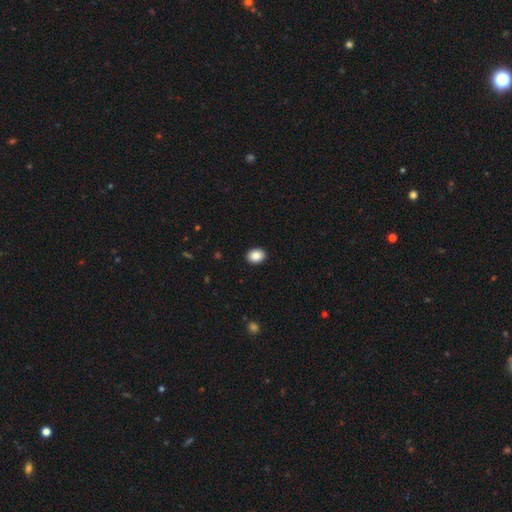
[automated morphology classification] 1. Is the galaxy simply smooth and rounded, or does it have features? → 87% smooth, 8% star or artifact, 4% featured or disk.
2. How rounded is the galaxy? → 61% in between, 39% round, 1% cigar-shaped.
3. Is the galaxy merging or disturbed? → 92% none, 6% minor disturbance, 2% major disturbance, 1% merger.